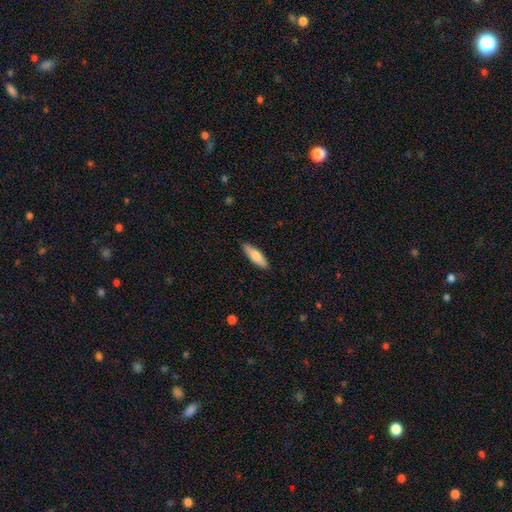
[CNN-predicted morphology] This appears to be a smooth galaxy with no disk features (71%) that is cigar-shaped (58%). Merging: none (87%).